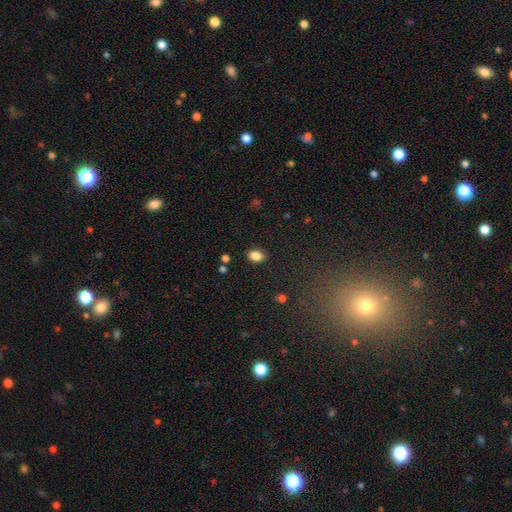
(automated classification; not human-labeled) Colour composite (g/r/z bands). It shows a smooth galaxy with no disk features (85%) that is in between round and cigar-shaped (75%). Merging: none (86%).